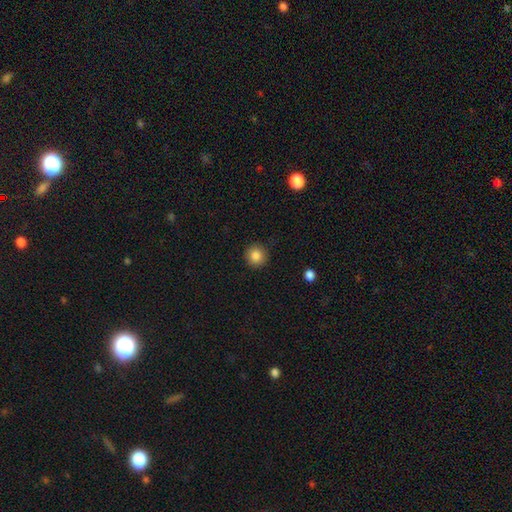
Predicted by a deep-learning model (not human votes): smooth 85%, star or artifact 10%, featured or disk 5%. Down the decision tree: how rounded — round (93%); merging — none (89%).